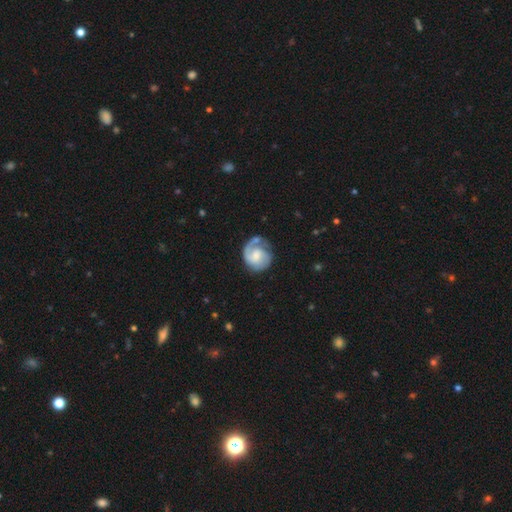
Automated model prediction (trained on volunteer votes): A featured or disk galaxy (74%) with no bar (54%), 2 (44%) tight (45%) spiral arms (93%) and a moderate central bulge (39%).

Vote fractions:
- Smooth or featured? featured or disk: 74% / smooth: 21% / star or artifact: 5%
- Edge-on disk? no: 98% / yes: 2%
- Bar? no: 54% / weak: 39% / strong: 7%
- Spiral arms? yes: 93% / no: 7%
- Spiral winding? tight: 45% / medium: 39% / loose: 16%
- Spiral arm count? 2: 44% / 1: 42% / can't tell: 8% / 3: 3% / 4: 1% / more than 4: 1%
- Bulge size? moderate: 39% / small: 32% / none: 16% / large: 12% / dominant: 2%
- Merging? none: 59% / minor disturbance: 21% / major disturbance: 15% / merger: 5%